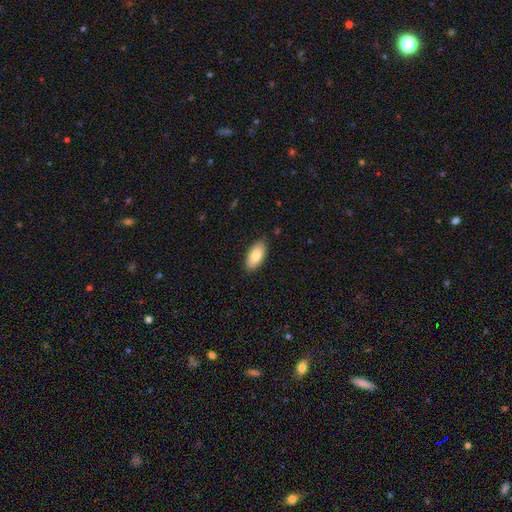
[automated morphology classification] Smooth or featured? smooth (80%)
How rounded? in between (92%)
Merging? none (86%)